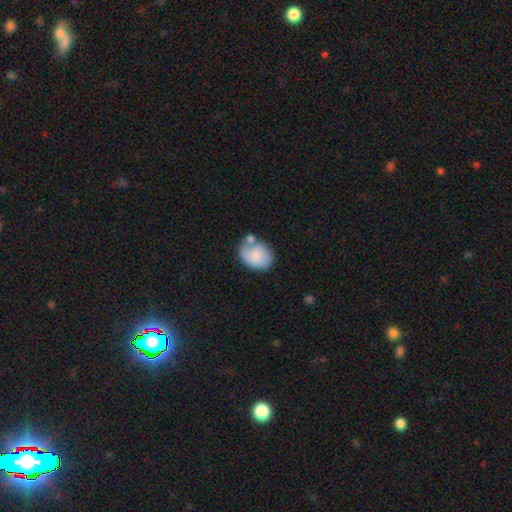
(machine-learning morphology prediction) A smooth galaxy with no disk features (74%) that is in between round and cigar-shaped (57%). Merging: none (39%).